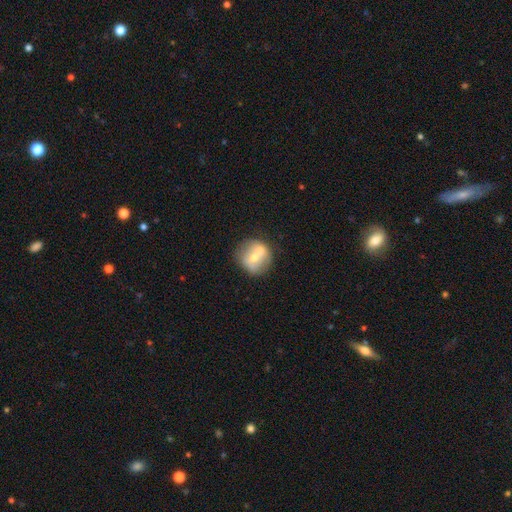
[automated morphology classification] Smooth or featured? Predicted: smooth (p=0.55). How rounded? Predicted: round (p=0.86). Merging? Predicted: merger (p=0.44).